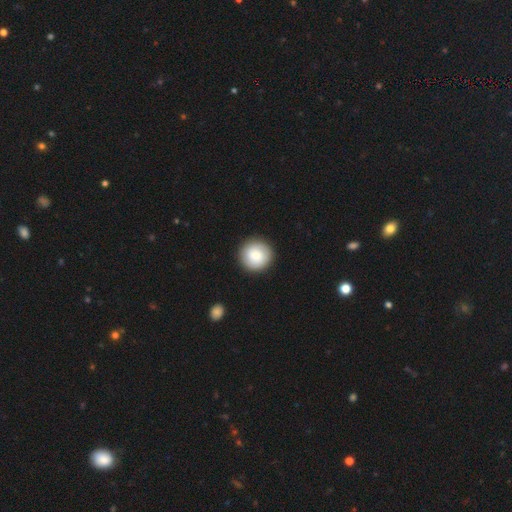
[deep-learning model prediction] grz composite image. It shows a smooth galaxy with no disk features (78%) that is round (95%). Merging: none (91%).